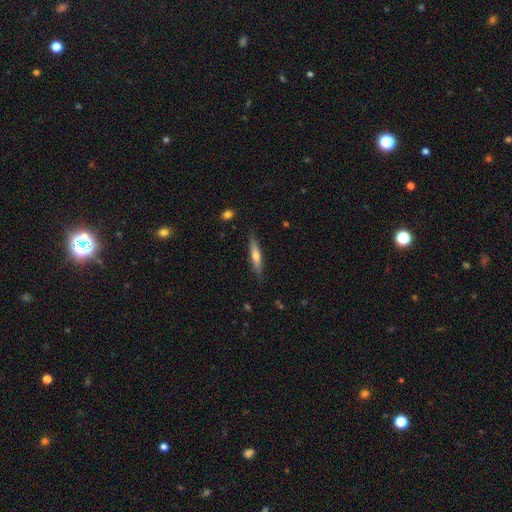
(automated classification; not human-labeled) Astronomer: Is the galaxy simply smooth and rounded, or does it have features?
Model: smooth — 48% (runner-up: featured or disk, 46%).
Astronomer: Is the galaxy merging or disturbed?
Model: none — 85%.